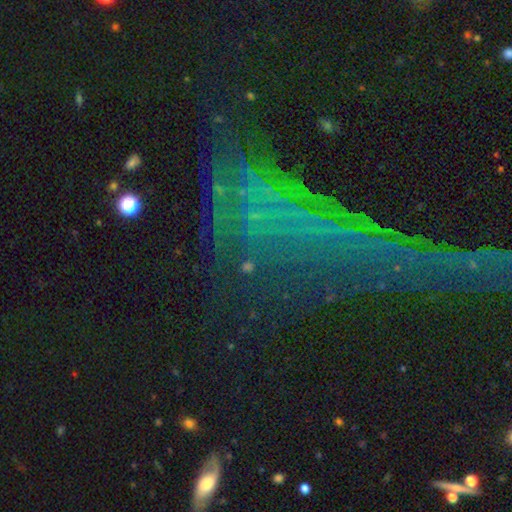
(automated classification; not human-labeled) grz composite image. It shows a star or artifact, not a galaxy (59%).